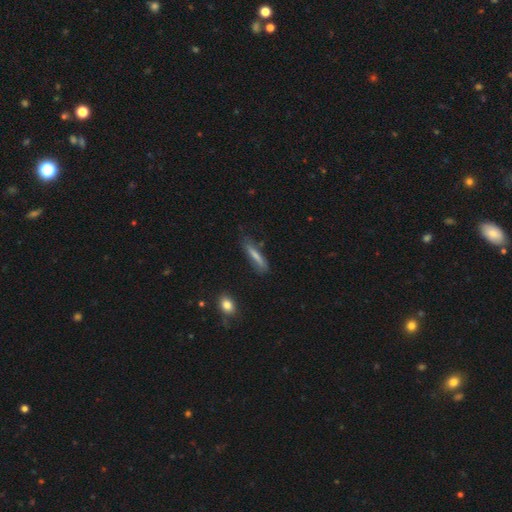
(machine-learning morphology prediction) smooth-or-featured: smooth: 70% | featured or disk: 22% | star or artifact: 7%
  how-rounded: cigar-shaped: 86% | in between: 12% | round: 2%
  merging: none: 69% | minor disturbance: 22% | major disturbance: 6% | merger: 3%